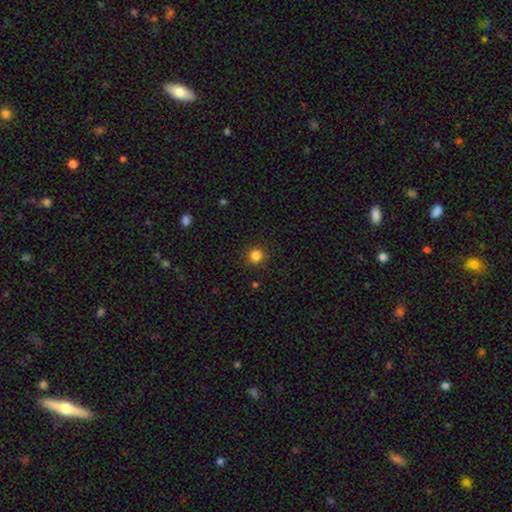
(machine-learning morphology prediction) Smooth or featured?
  - smooth: 83% *
  - star or artifact: 13%
  - featured or disk: 4%
How rounded?
  - round: 94% *
  - in between: 5%
  - cigar-shaped: 1%
Merging?
  - none: 91% *
  - minor disturbance: 6%
  - major disturbance: 2%
  - merger: 1%